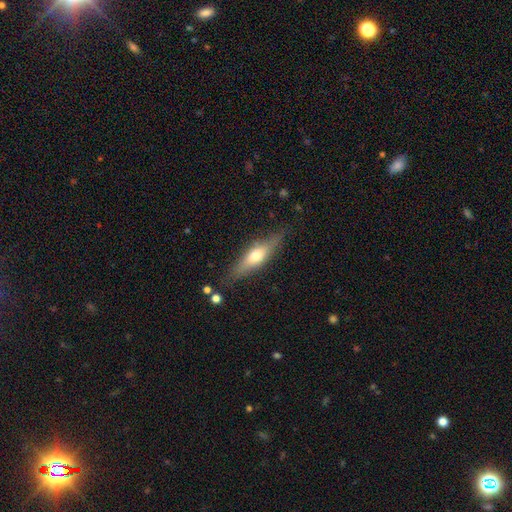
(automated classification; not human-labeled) Q: Smooth or featured?
A: featured or disk (47%); tied with: smooth (47%)
Q: Merging?
A: none (81%); runner-up: minor disturbance (14%)